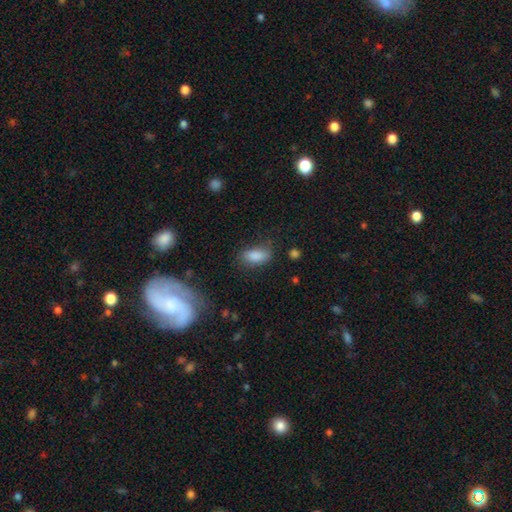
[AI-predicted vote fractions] Smooth or featured? Predicted: smooth (p=0.85). How rounded? Predicted: in between (p=0.89). Merging? Predicted: none (p=0.67).